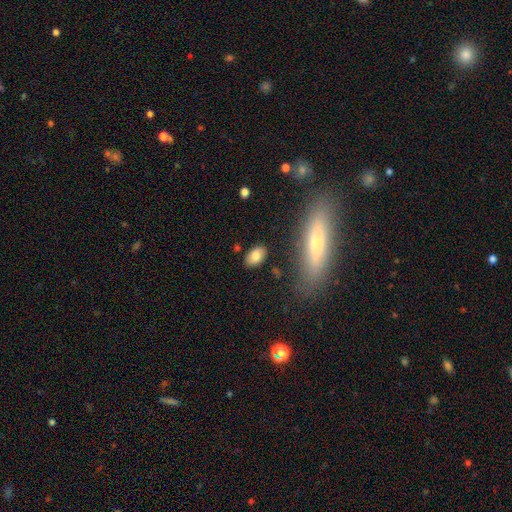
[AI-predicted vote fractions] Overall: smooth (78%). How rounded: in between (89%). Merging: none (83%).